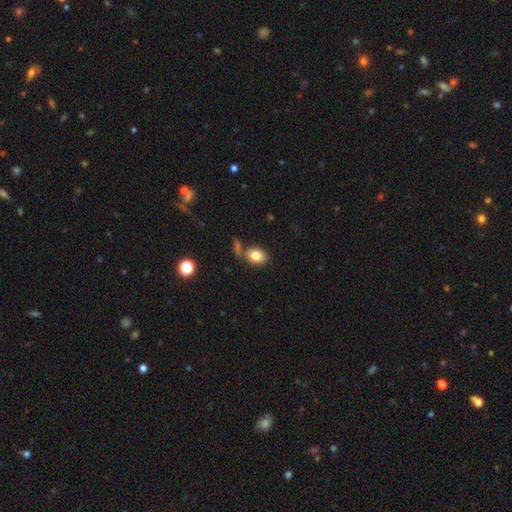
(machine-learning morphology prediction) Smooth or featured? smooth (82%)
How rounded? in between (64%)
Merging? none (60%)